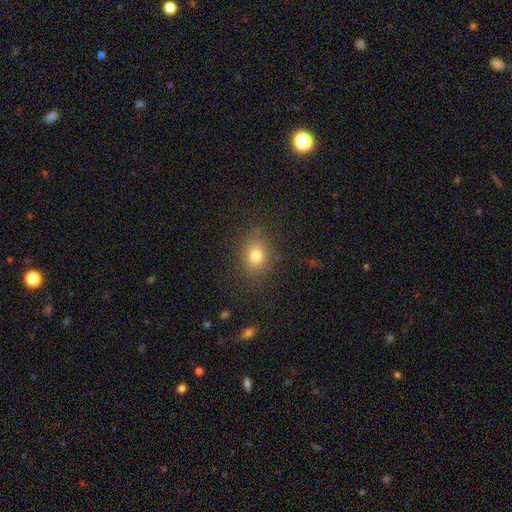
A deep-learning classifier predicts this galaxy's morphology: Overall: smooth (77%). How rounded: round (50%; in between 49%). Merging: none (82%).